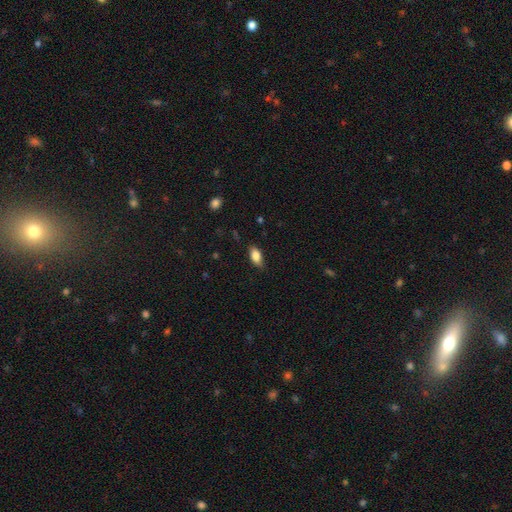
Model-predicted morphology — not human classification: type=smooth (82%); roundness=in between (87%); merging=none (76%).